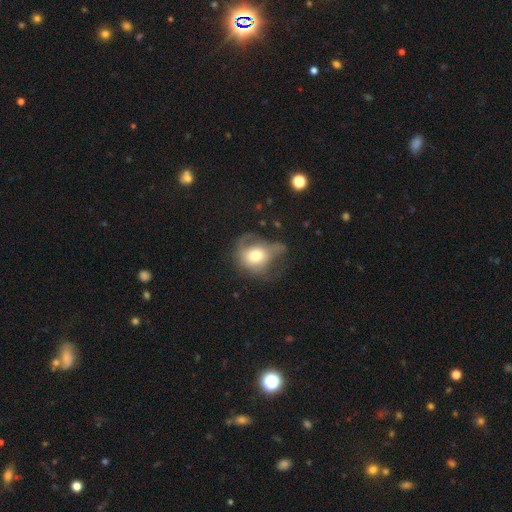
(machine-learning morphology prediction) smooth 62%, featured or disk 29%, star or artifact 9%. Down the decision tree: how rounded — round (65%); merging — major disturbance (42%).